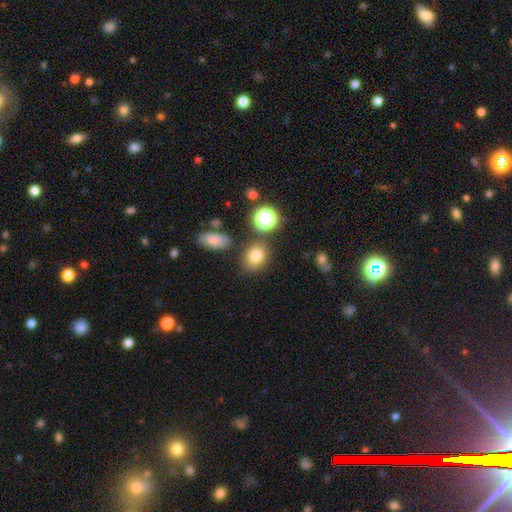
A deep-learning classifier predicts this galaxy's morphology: Smooth or featured? smooth (77%)
How rounded? round (50%)
Merging? none (76%)